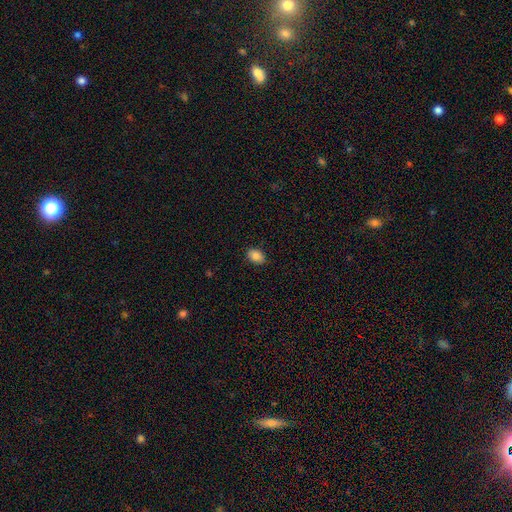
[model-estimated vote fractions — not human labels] Morphology: type=smooth (87%); roundness=in between (76%); merging=none (88%).